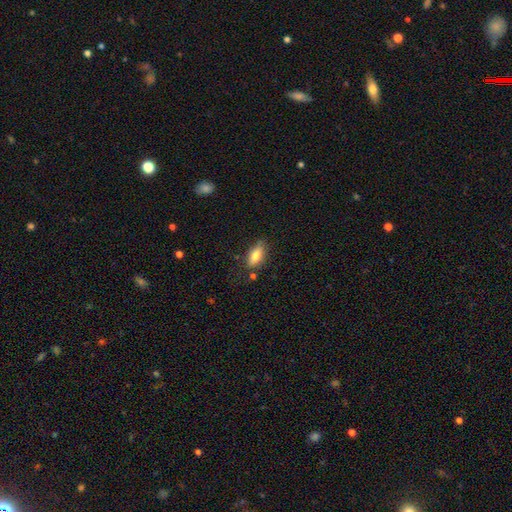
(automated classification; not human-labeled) Smooth or featured? smooth (77%)
How rounded? in between (83%)
Merging? none (70%)